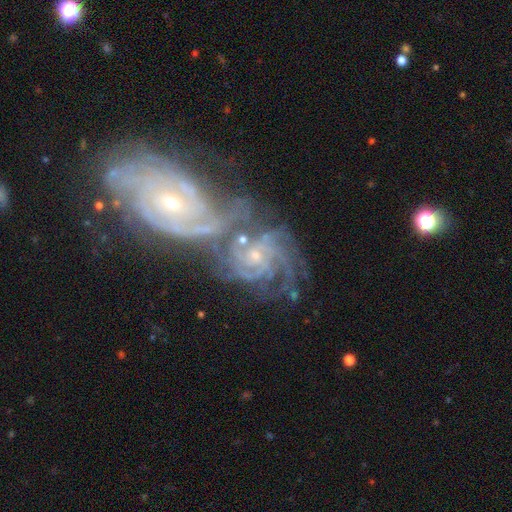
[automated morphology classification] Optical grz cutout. It shows a featured or disk galaxy (90%) with no bar (64%), 4 (27%) tight (72%) spiral arms (98%) and a small central bulge (72%). Merging: merger (71%).